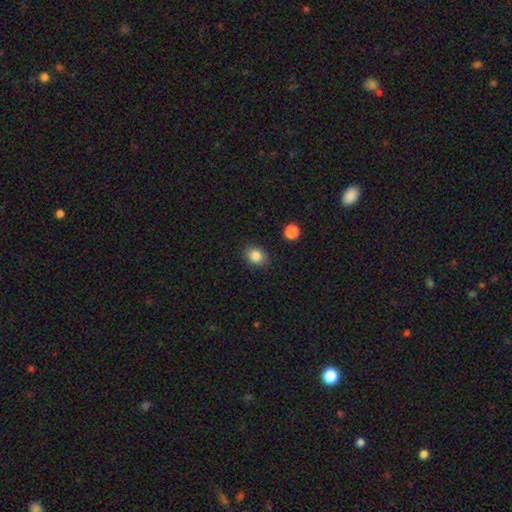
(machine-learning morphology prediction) Smooth or featured? smooth (85%)
How rounded? in between (50%)
Merging? none (87%)